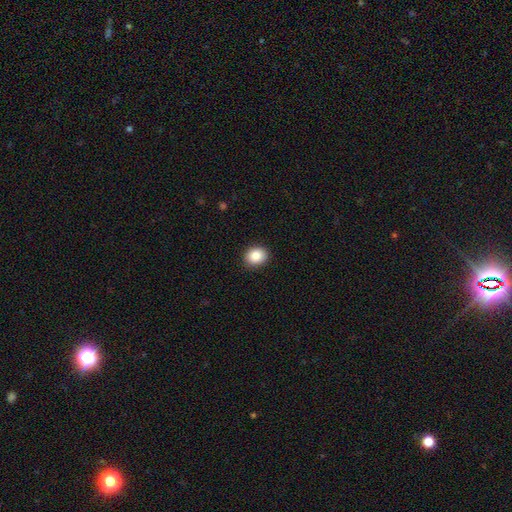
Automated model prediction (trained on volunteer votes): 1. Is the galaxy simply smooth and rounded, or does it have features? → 86% smooth, 9% star or artifact, 5% featured or disk.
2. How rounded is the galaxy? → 57% round, 43% in between, 1% cigar-shaped.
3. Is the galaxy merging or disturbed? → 90% none, 7% minor disturbance, 2% major disturbance, 1% merger.